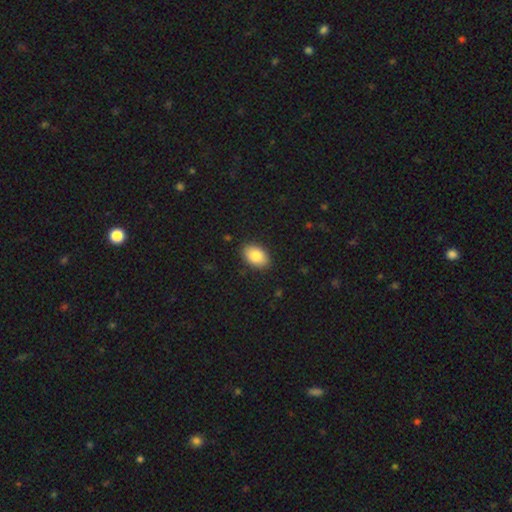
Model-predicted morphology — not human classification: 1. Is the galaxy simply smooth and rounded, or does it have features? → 86% smooth, 7% star or artifact, 7% featured or disk.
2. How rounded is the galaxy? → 90% in between, 9% round, 1% cigar-shaped.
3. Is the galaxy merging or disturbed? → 88% none, 9% minor disturbance, 2% major disturbance, 1% merger.